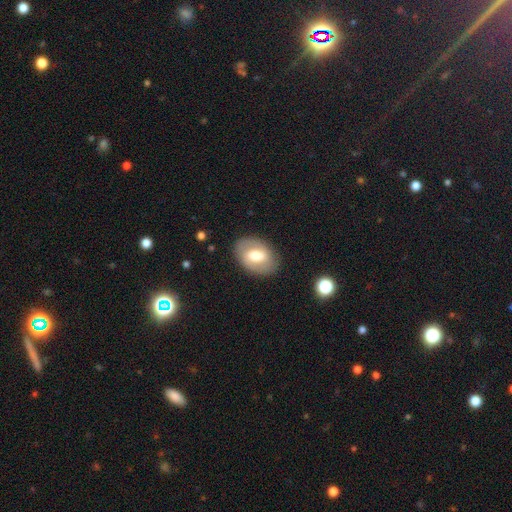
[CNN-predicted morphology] Smooth or featured? Predicted: smooth (p=0.50). How rounded? Predicted: in between (p=0.81). Merging? Predicted: none (p=0.84).